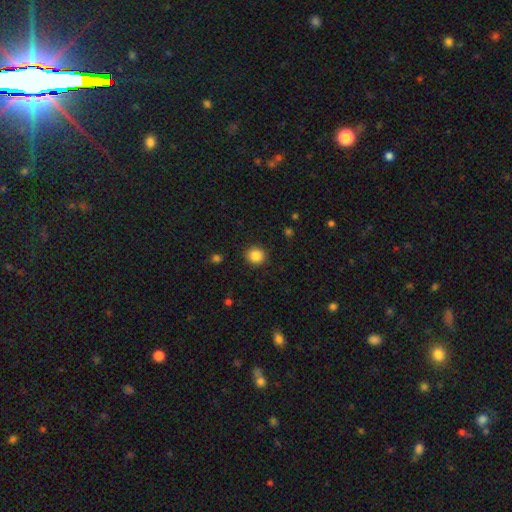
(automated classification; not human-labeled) Smooth or featured?
  - smooth: 86% *
  - star or artifact: 10%
  - featured or disk: 4%
How rounded?
  - round: 89% *
  - in between: 10%
  - cigar-shaped: 1%
Merging?
  - none: 90% *
  - minor disturbance: 6%
  - major disturbance: 2%
  - merger: 1%